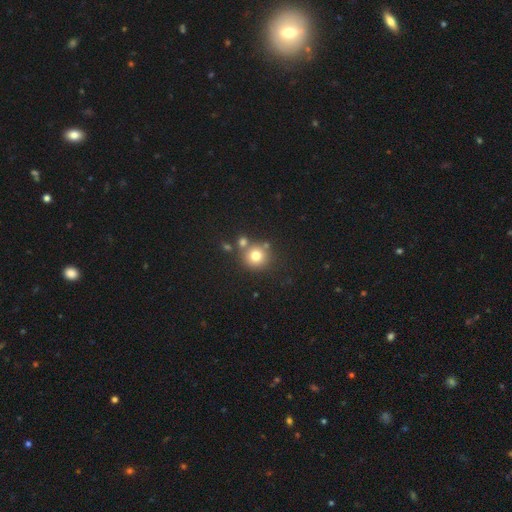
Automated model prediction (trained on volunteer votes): smooth_or_featured: smooth (p=0.75) [alt: star or artifact p=0.14]
how_rounded: round (p=0.92) [alt: in between p=0.07]
merging: none (p=0.69) [alt: merger p=0.19]